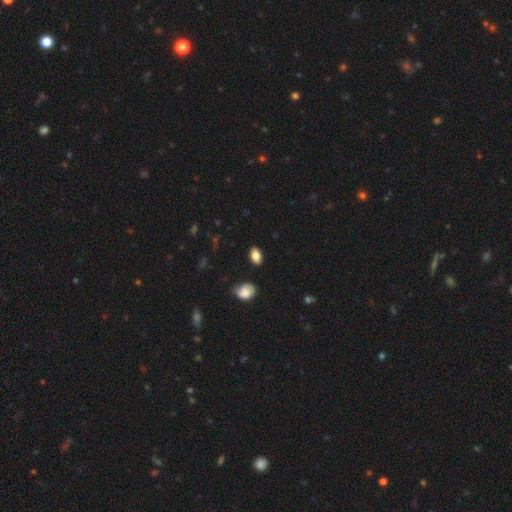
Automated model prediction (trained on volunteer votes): Smooth or featured: smooth — 85% (star or artifact — 9%)
How rounded: in between — 89% (round — 9%)
Merging: none — 85% (minor disturbance — 11%)